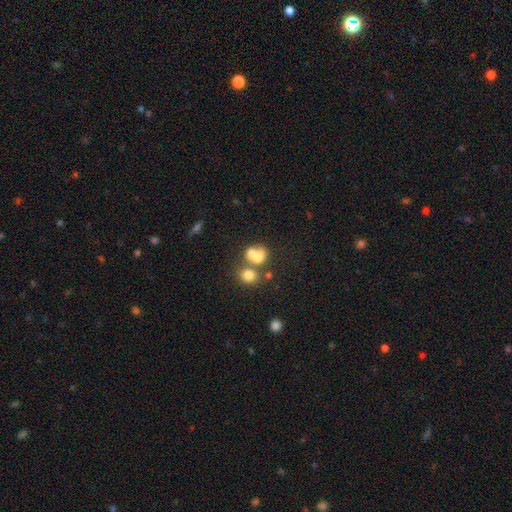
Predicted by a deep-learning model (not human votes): smooth_or_featured: smooth (p=0.67) [alt: featured or disk p=0.20]
how_rounded: round (p=0.54) [alt: in between p=0.45]
merging: merger (p=0.57) [alt: none p=0.27]